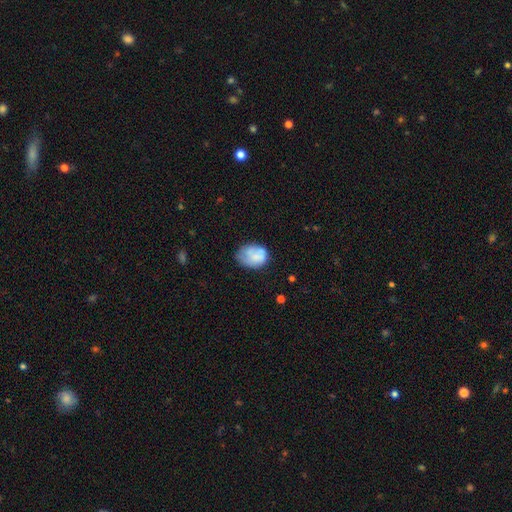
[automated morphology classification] type=smooth (72%); roundness=in between (65%); merging=none (48%).